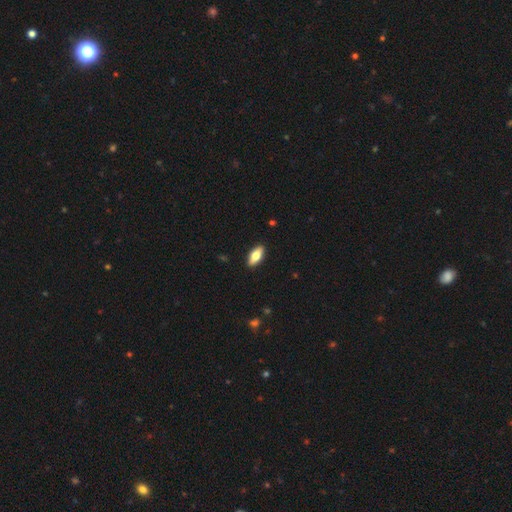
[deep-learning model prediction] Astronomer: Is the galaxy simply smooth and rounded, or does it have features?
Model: smooth — 70%.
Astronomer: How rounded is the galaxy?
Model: in between — 81%.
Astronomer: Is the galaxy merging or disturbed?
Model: none — 90%.